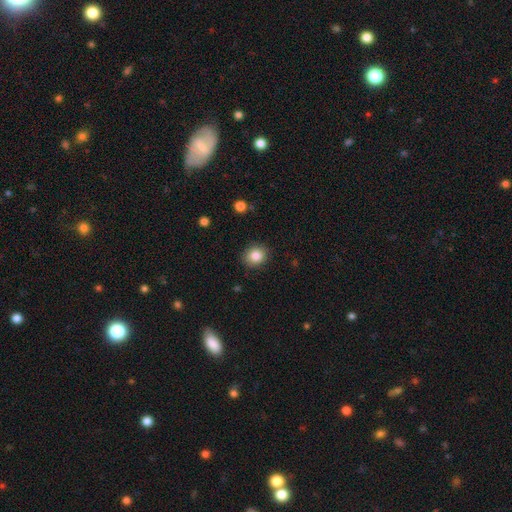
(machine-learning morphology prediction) A smooth galaxy with no disk features (84%) that is round (75%). Merging: none (88%).